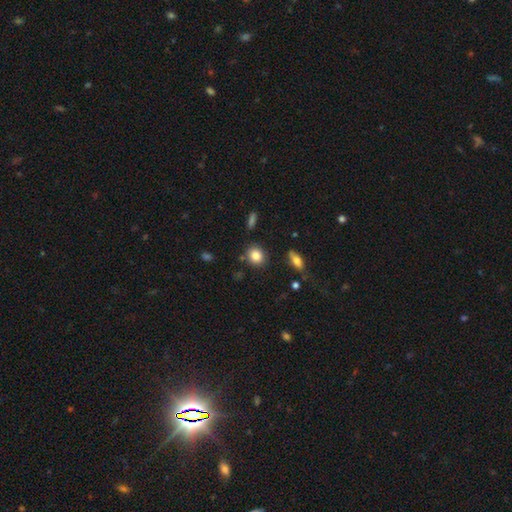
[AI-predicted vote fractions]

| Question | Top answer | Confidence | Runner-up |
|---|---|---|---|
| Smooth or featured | smooth | 85% | star or artifact (9%) |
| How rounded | round | 72% | in between (27%) |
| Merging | none | 83% | minor disturbance (10%) |